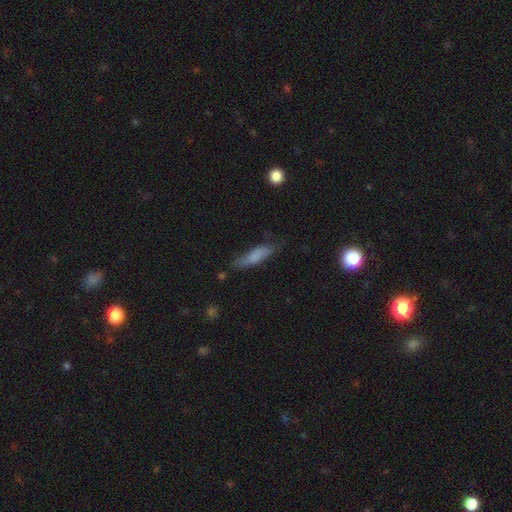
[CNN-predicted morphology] Smooth or featured: smooth — 74% (featured or disk — 18%)
How rounded: cigar-shaped — 67% (in between — 31%)
Merging: none — 66% (minor disturbance — 25%)